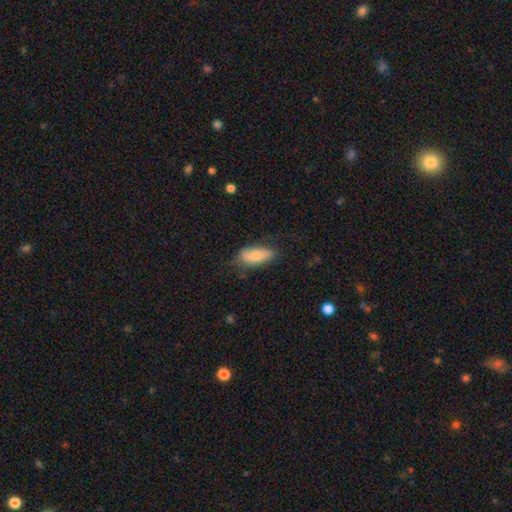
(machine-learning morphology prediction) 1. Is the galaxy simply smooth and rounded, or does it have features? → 74% smooth, 20% featured or disk, 7% star or artifact.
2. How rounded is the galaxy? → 81% in between, 17% cigar-shaped, 3% round.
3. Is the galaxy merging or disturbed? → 70% none, 23% minor disturbance, 5% major disturbance, 1% merger.